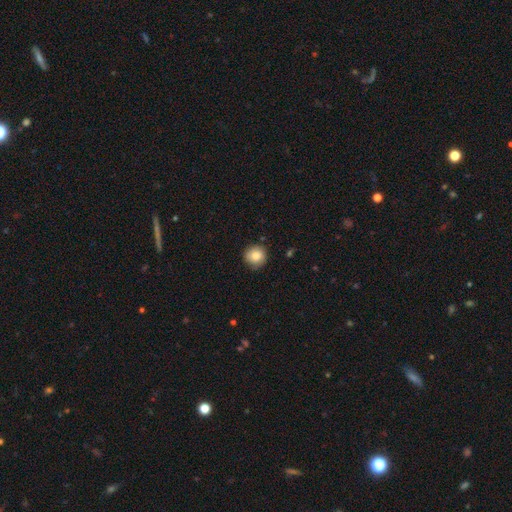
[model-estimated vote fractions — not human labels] Smooth or featured? smooth (84%)
How rounded? round (94%)
Merging? none (86%)